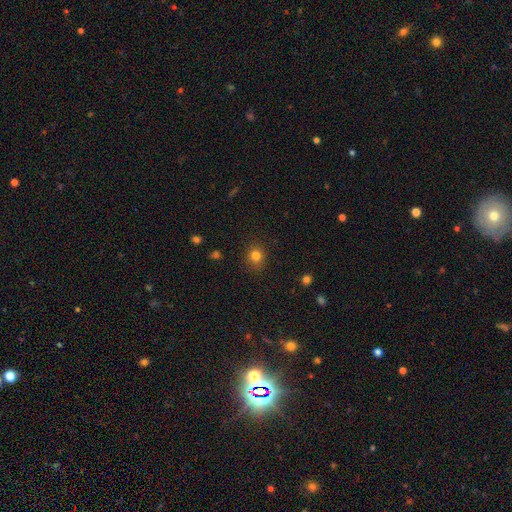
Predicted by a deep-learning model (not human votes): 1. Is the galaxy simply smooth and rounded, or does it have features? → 80% smooth, 14% star or artifact, 6% featured or disk.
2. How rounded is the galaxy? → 82% round, 17% in between, 1% cigar-shaped.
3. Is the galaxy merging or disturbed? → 88% none, 8% minor disturbance, 3% major disturbance, 1% merger.